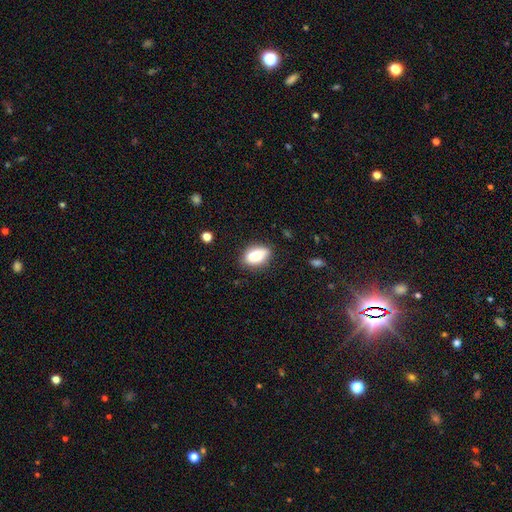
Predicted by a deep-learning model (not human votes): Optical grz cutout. It shows a smooth galaxy with no disk features (84%) that is in between round and cigar-shaped (88%). Merging: none (76%).